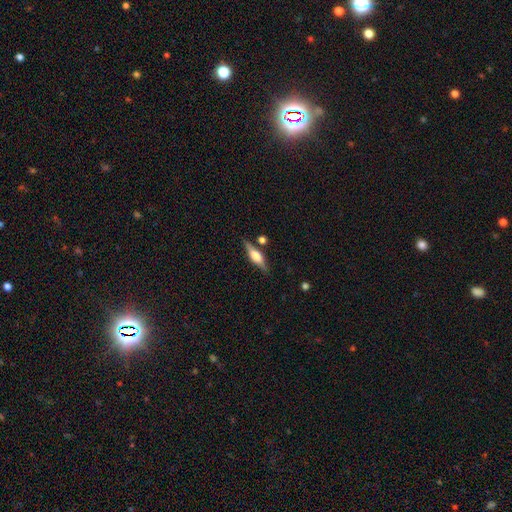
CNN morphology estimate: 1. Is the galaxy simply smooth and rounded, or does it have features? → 53% featured or disk, 40% smooth, 7% star or artifact.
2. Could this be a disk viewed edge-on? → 93% yes, 7% no.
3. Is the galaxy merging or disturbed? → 78% none, 12% minor disturbance, 6% merger, 3% major disturbance.